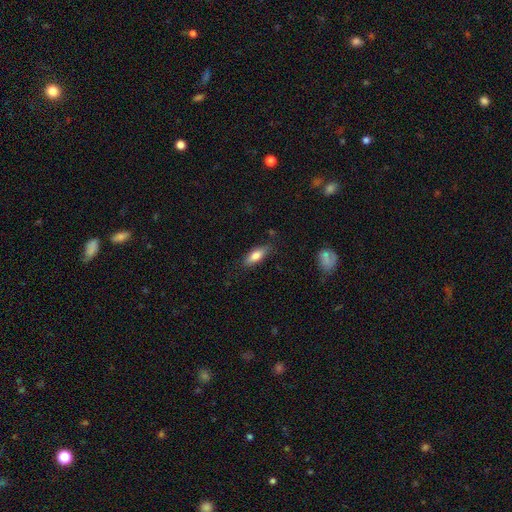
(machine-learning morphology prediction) A smooth galaxy with no disk features (77%) that is in between round and cigar-shaped (68%). Merging: none (80%).